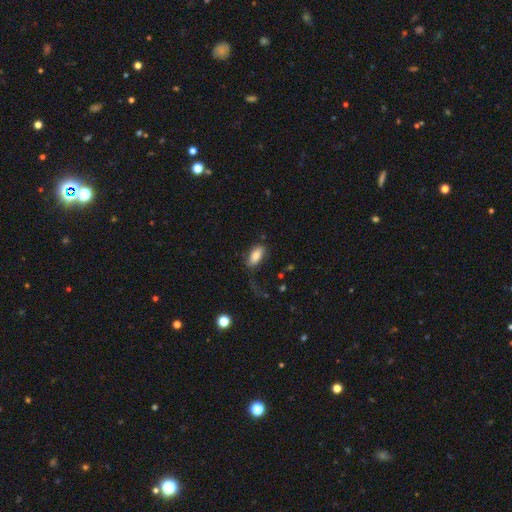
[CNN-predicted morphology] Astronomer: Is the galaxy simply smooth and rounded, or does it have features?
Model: smooth — 80%.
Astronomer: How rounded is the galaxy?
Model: in between — 87%.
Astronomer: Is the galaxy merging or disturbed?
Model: none — 63%.